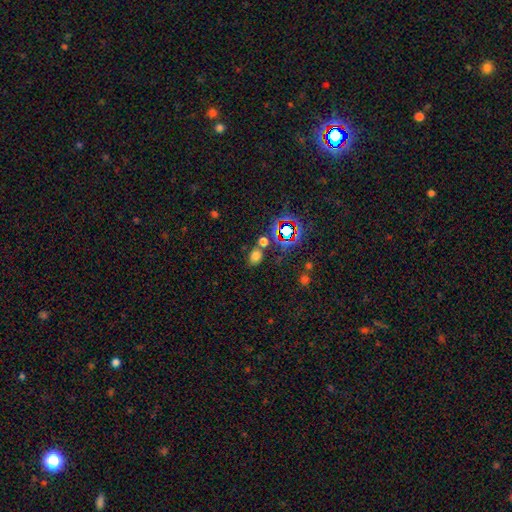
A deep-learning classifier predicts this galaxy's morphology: Smooth or featured: smooth — 64% (star or artifact — 29%)
How rounded: in between — 57% (round — 42%)
Merging: none — 69% (merger — 14%)